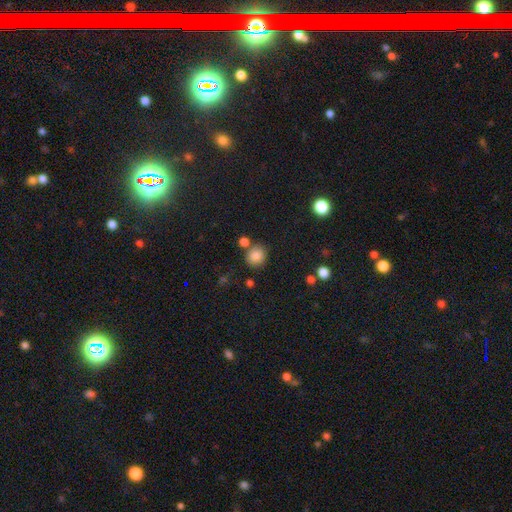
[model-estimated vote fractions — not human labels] A smooth galaxy with no disk features (84%) that is round (81%).

Vote fractions:
- Smooth or featured? smooth: 84% / star or artifact: 11% / featured or disk: 5%
- How rounded? round: 81% / in between: 18% / cigar-shaped: 1%
- Merging? none: 75% / merger: 11% / minor disturbance: 10% / major disturbance: 3%